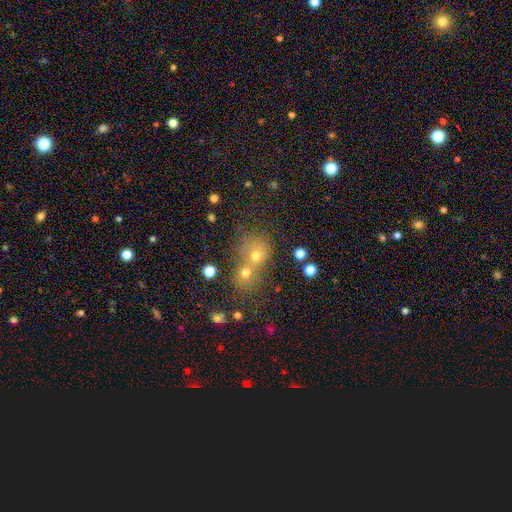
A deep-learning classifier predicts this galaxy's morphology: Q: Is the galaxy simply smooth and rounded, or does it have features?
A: smooth — 55%.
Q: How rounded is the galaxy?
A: round — 74%.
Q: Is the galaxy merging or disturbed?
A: merger — 44%.